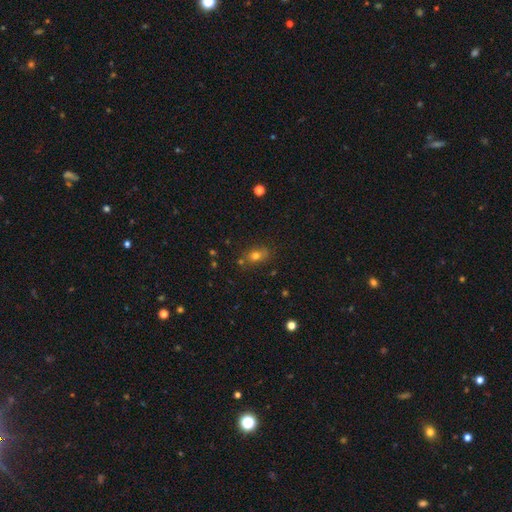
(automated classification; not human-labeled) This is likely a smooth galaxy (73%). How rounded: possibly in between (59%). Merging: likely none (72%).